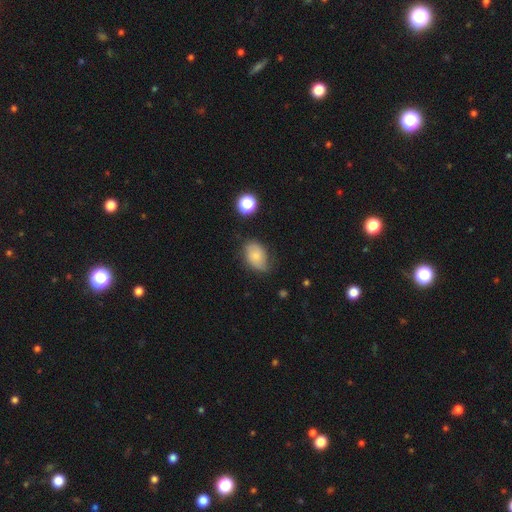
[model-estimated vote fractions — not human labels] This appears to be a smooth galaxy with no disk features (72%) that is in between round and cigar-shaped (83%). Merging: none (63%).